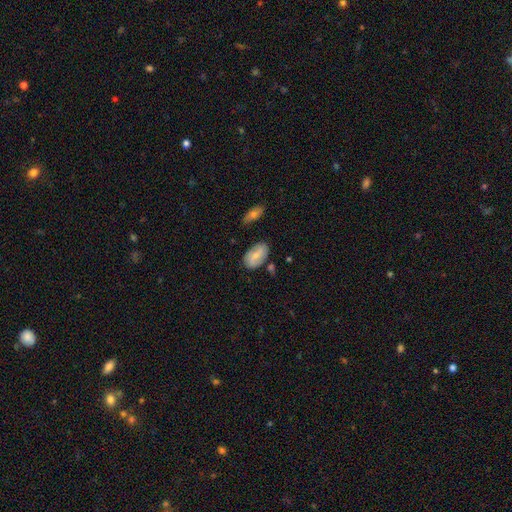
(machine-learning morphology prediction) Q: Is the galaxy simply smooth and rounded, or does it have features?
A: smooth — 56%.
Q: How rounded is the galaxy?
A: in between — 92%.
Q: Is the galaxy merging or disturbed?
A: none — 71%.